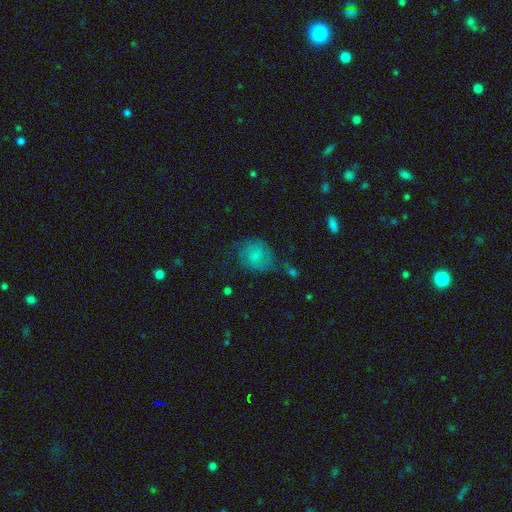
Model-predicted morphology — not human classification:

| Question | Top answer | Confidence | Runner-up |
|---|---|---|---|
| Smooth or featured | smooth | 58% | featured or disk (32%) |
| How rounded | round | 70% | in between (29%) |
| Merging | none | 50% | minor disturbance (28%) |